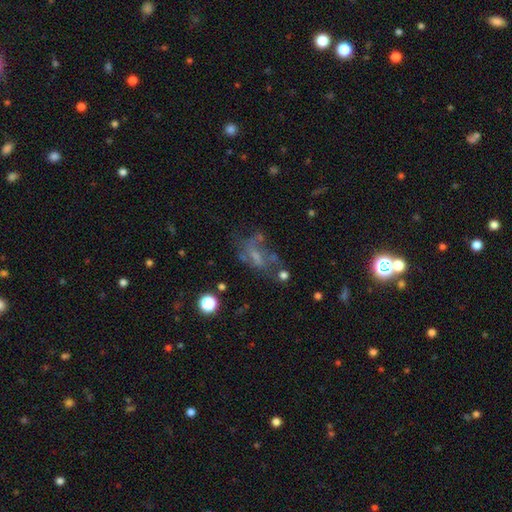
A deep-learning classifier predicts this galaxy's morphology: This appears to be a featured or disk galaxy (52%). Merging: none (38%).